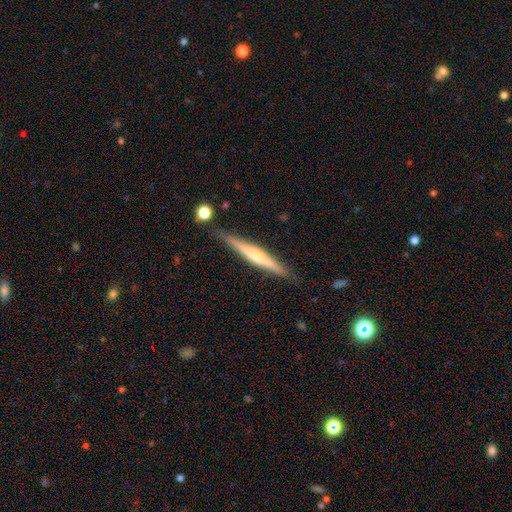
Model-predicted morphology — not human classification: Q: Smooth or featured?
A: featured or disk (66%); runner-up: smooth (28%)
Q: Edge-on disk?
A: yes (97%); runner-up: no (3%)
Q: Edge-on bulge?
A: rounded (66%); runner-up: none (23%)
Q: Merging?
A: none (88%); runner-up: minor disturbance (9%)